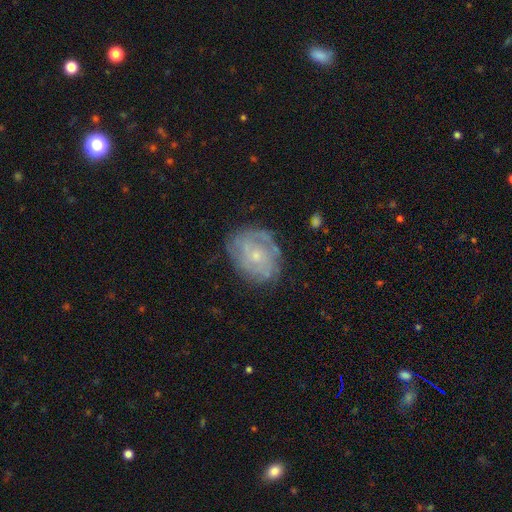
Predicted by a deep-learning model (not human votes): Smooth or featured: featured or disk — 69% (smooth — 23%)
Edge-on disk: no — 97% (yes — 3%)
Bar: no — 78% (weak — 19%)
Spiral arms: yes — 76% (no — 24%)
Spiral winding: tight — 62% (medium — 28%)
Spiral arm count: can't tell — 51% (2 — 21%)
Bulge size: small — 72% (moderate — 23%)
Merging: none — 69% (minor disturbance — 21%)